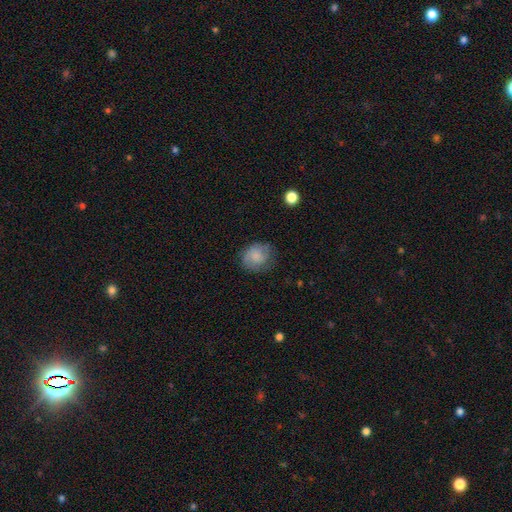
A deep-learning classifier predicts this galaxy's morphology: Smooth or featured? Predicted: smooth (p=0.64). How rounded? Predicted: round (p=0.68). Merging? Predicted: none (p=0.69).